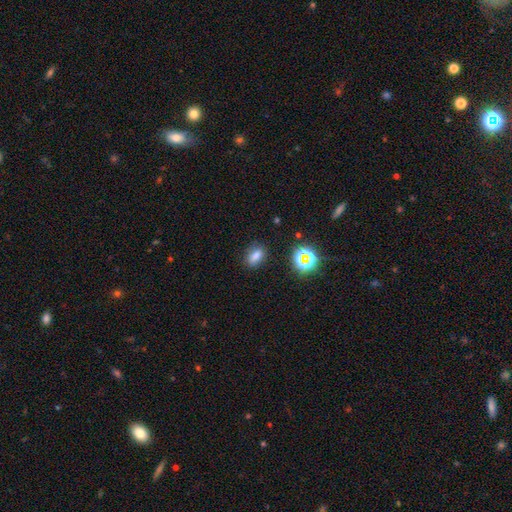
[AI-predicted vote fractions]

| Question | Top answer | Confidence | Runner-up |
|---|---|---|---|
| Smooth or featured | smooth | 75% | star or artifact (18%) |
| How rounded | in between | 80% | round (16%) |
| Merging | none | 82% | minor disturbance (12%) |